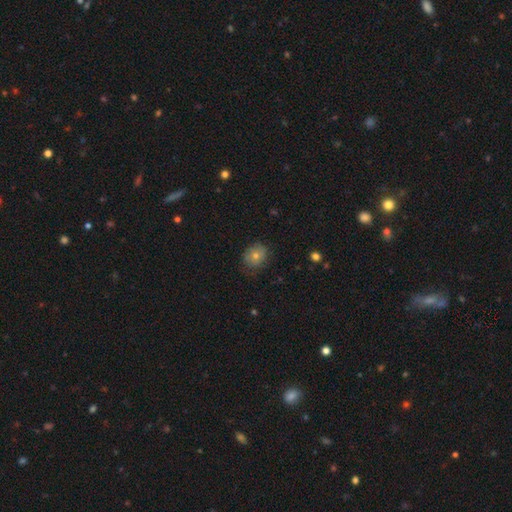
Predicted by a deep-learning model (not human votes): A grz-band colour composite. It shows a smooth galaxy with no disk features (65%) that is round (64%). Merging: none (77%).